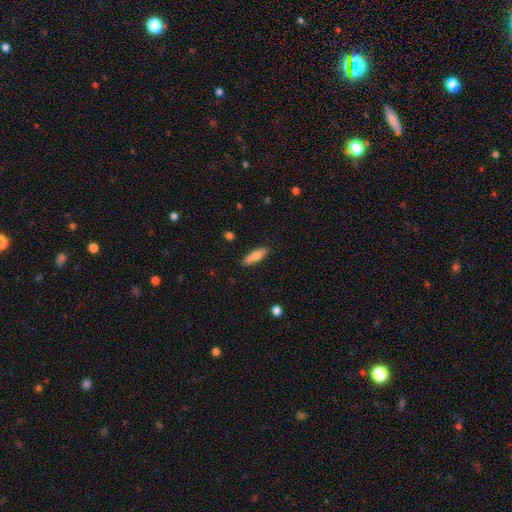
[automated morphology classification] Smooth or featured: smooth — 70% (featured or disk — 24%)
How rounded: in between — 57% (cigar-shaped — 41%)
Merging: none — 76% (minor disturbance — 16%)